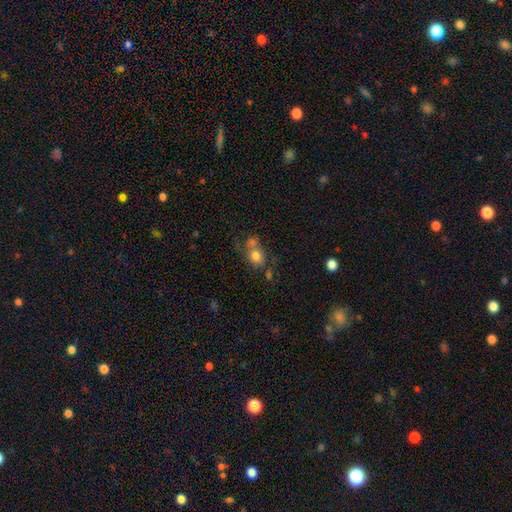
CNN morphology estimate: This is likely a smooth galaxy (76%). How rounded: likely round (63%). Merging: marginally none (40%).